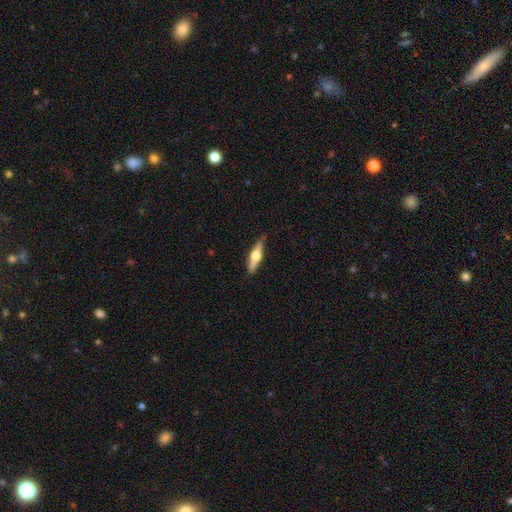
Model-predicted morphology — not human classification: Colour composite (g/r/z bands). It shows a featured or disk galaxy (60%) viewed edge-on (95%) with a rounded central bulge (94%). Merging: none (82%).